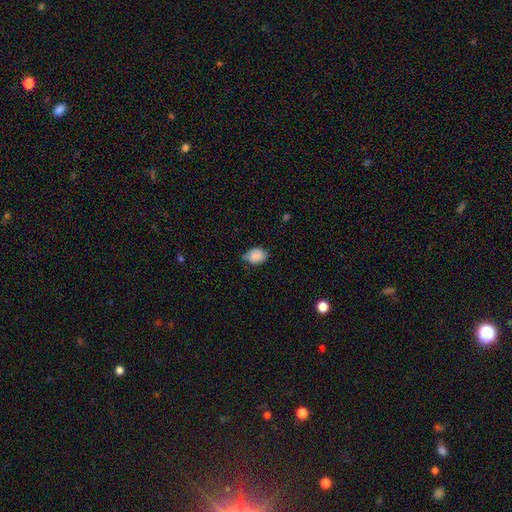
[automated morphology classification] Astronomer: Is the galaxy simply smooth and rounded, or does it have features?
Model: smooth — 78%.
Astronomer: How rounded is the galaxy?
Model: in between — 73%.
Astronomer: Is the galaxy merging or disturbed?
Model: none — 60%.